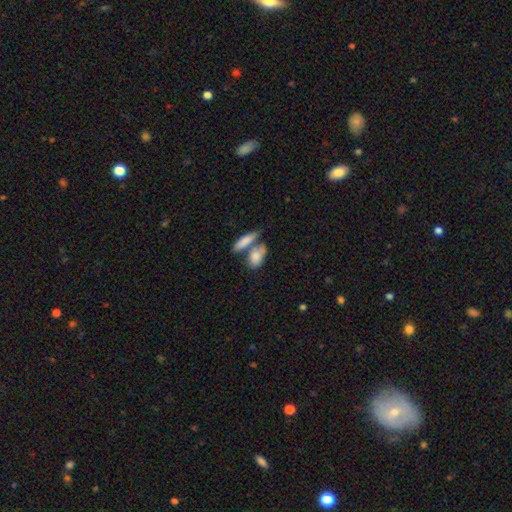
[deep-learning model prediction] Overall: smooth (79%). How rounded: in between (75%). Merging: none (43%; merger 40%).